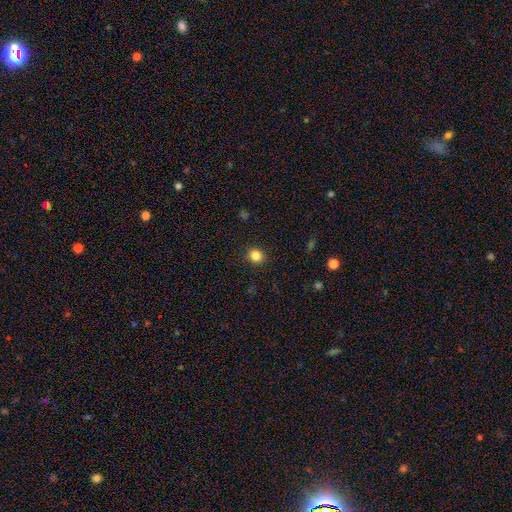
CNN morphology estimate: Overall: smooth (84%). How rounded: round (79%). Merging: none (91%).